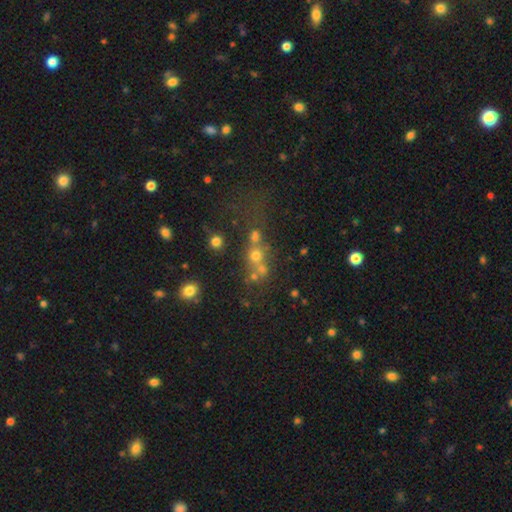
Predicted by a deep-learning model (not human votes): This is possibly a smooth galaxy (51%). How rounded: likely round (76%). Merging: marginally merger (40%, tied with none).